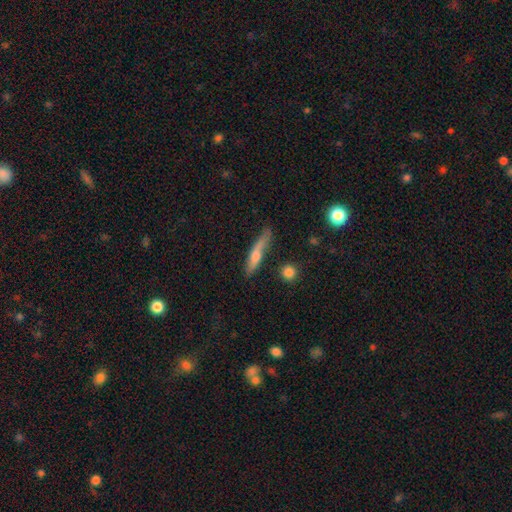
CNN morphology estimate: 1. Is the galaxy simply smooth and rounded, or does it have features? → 53% smooth, 40% featured or disk, 7% star or artifact.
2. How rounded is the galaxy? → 86% cigar-shaped, 12% in between, 3% round.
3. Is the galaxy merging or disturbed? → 64% none, 24% minor disturbance, 7% major disturbance, 5% merger.